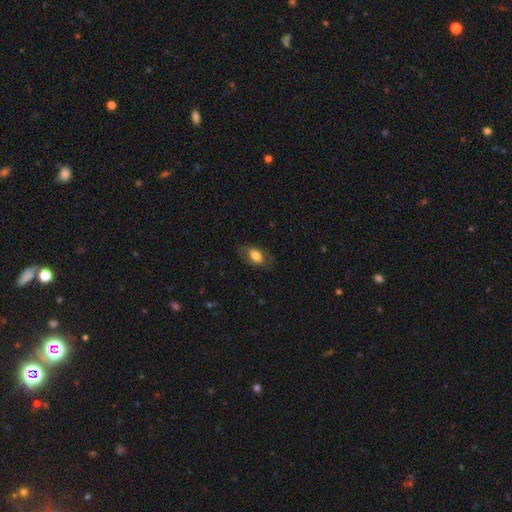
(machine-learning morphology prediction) Smooth or featured: smooth — 74% (featured or disk — 18%)
How rounded: in between — 89% (round — 8%)
Merging: none — 76% (minor disturbance — 17%)